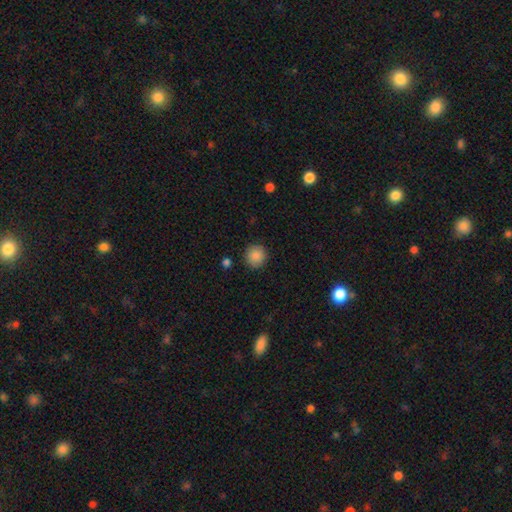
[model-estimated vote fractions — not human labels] This appears to be a smooth galaxy with no disk features (87%) that is round (93%). Merging: none (91%).